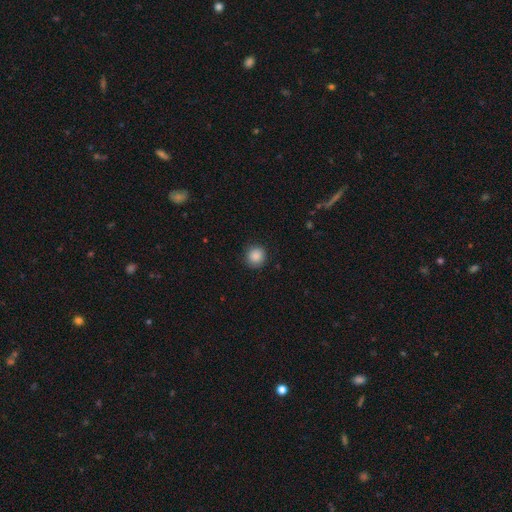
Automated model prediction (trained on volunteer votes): Q: Smooth or featured?
A: smooth (88%); runner-up: star or artifact (9%)
Q: How rounded?
A: round (92%); runner-up: in between (7%)
Q: Merging?
A: none (88%); runner-up: minor disturbance (8%)